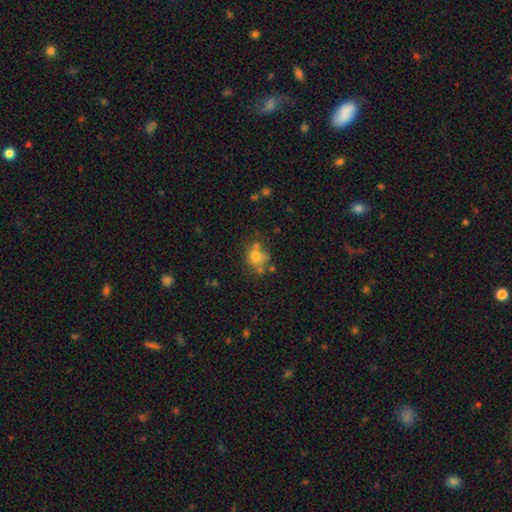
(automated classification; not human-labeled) smooth-or-featured: smooth: 68% | featured or disk: 17% | star or artifact: 15%
  how-rounded: round: 64% | in between: 35% | cigar-shaped: 1%
  merging: none: 45% | merger: 23% | minor disturbance: 20% | major disturbance: 12%